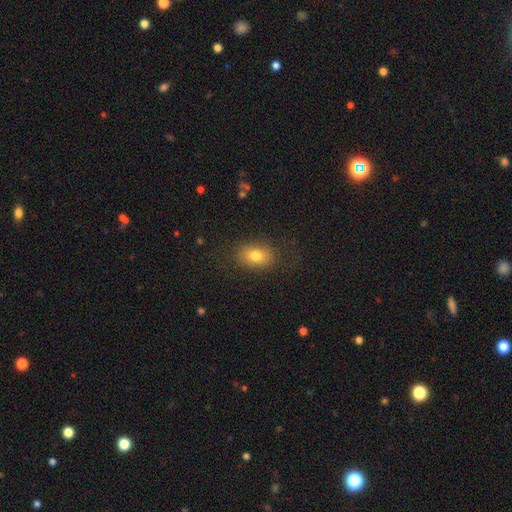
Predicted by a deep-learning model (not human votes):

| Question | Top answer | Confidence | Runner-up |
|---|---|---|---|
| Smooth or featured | smooth | 78% | featured or disk (11%) |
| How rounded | in between | 73% | round (26%) |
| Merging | none | 80% | minor disturbance (13%) |